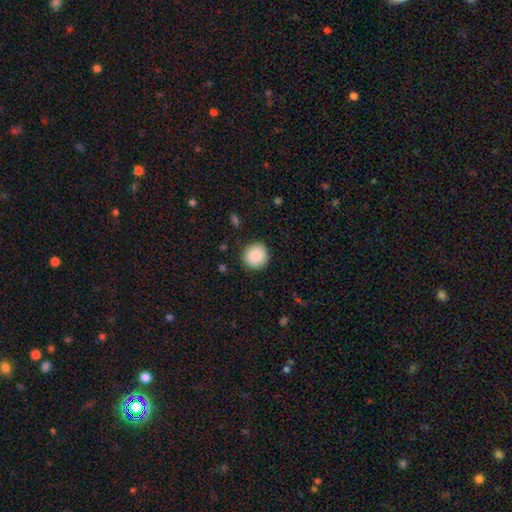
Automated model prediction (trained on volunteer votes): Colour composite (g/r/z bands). It shows a smooth galaxy with no disk features (89%) that is round (92%). Merging: none (90%).